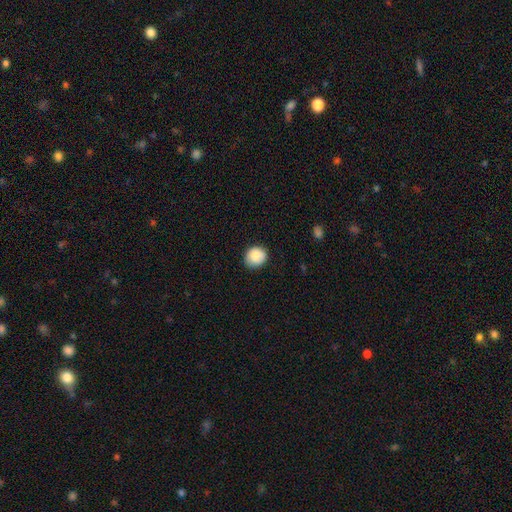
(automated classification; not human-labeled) The model was most divided on "how rounded": round: 82%, in between: 17%, cigar-shaped: 1%. More confident: smooth or featured — smooth (86%); merging — none (84%).